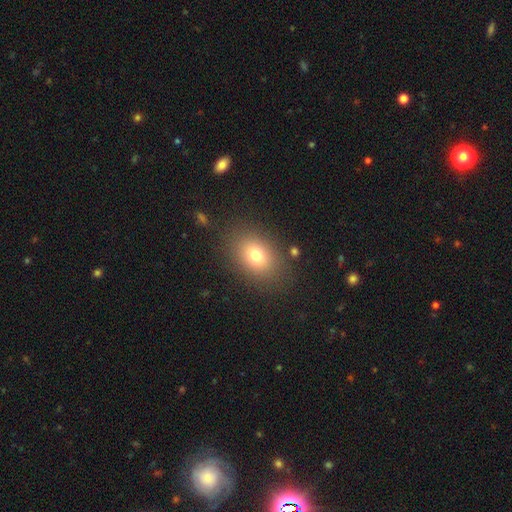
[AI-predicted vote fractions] Smooth or featured? Predicted: smooth (p=0.75). How rounded? Predicted: in between (p=0.68). Merging? Predicted: none (p=0.83).